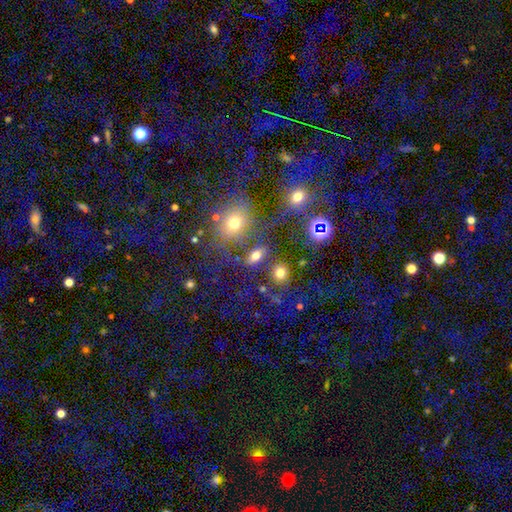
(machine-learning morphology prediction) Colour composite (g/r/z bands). It shows a smooth galaxy with no disk features (72%) that is in between round and cigar-shaped (73%). Merging: none (65%).